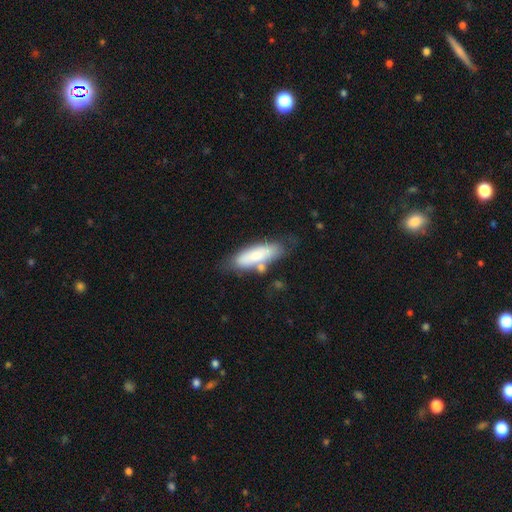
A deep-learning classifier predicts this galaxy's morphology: Overall: smooth (71%). How rounded: in between (53%; cigar-shaped 46%). Merging: none (62%).